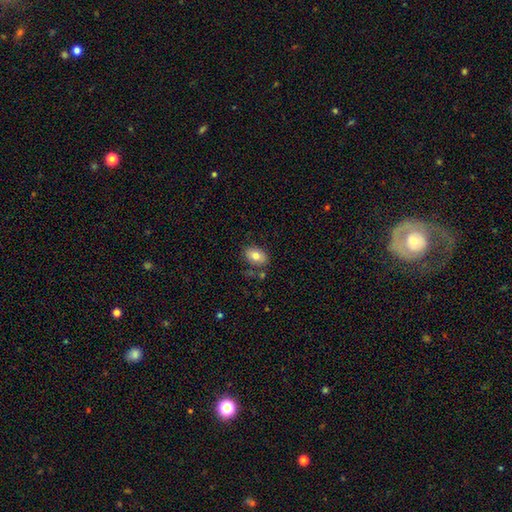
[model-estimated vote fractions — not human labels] This is likely a smooth galaxy (78%). How rounded: clearly in between (83%). Merging: likely none (77%).